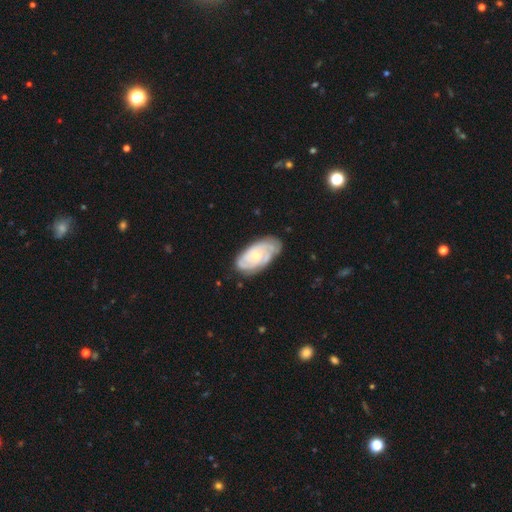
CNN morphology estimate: The model was most divided on "bulge size": small: 53%, moderate: 41%, none: 3%, large: 2%, dominant: 1%. Remaining: edge-on disk — no (95%); spiral arms — yes (90%); bar — no (76%); smooth or featured — featured or disk (72%); merging — none (70%); spiral winding — tight (69%); spiral arm count — can't tell (45%).